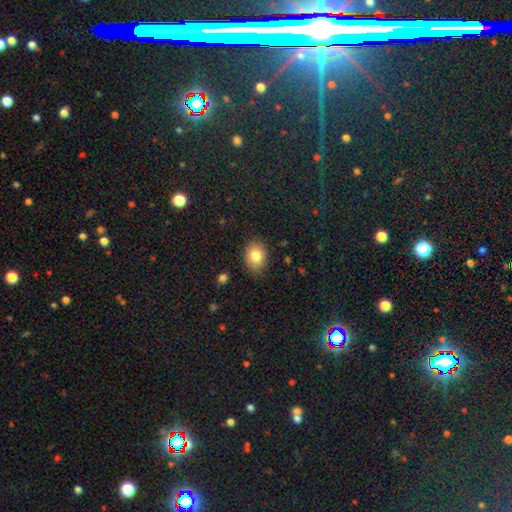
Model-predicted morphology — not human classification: Smooth or featured?
  - smooth: 81% *
  - featured or disk: 10%
  - star or artifact: 9%
How rounded?
  - in between: 60% *
  - round: 39%
  - cigar-shaped: 1%
Merging?
  - none: 85% *
  - minor disturbance: 11%
  - major disturbance: 2%
  - merger: 1%